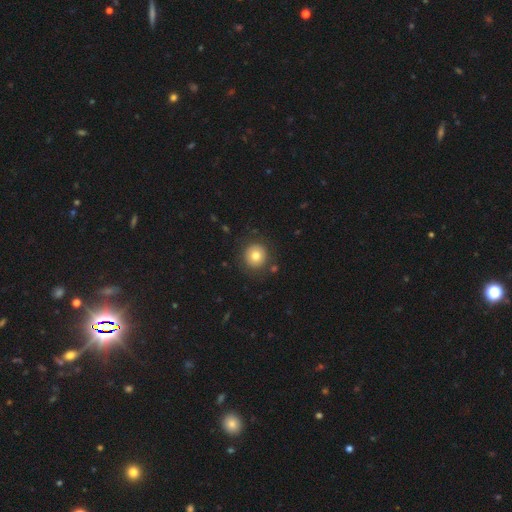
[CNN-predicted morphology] This is likely a smooth galaxy (76%). How rounded: clearly round (93%). Merging: clearly none (86%).